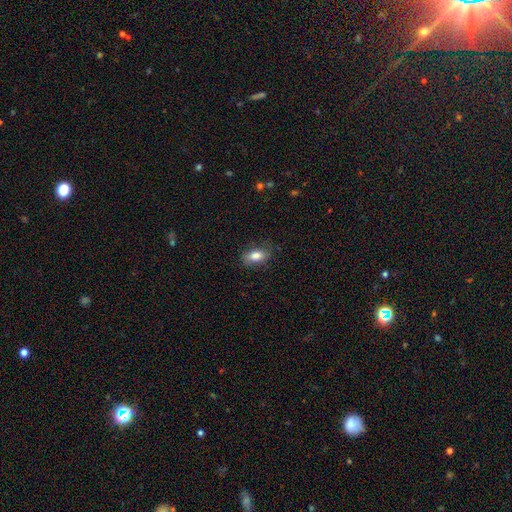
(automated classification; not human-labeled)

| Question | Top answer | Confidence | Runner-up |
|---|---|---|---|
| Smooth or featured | smooth | 81% | featured or disk (11%) |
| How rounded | in between | 87% | round (8%) |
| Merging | none | 76% | minor disturbance (18%) |